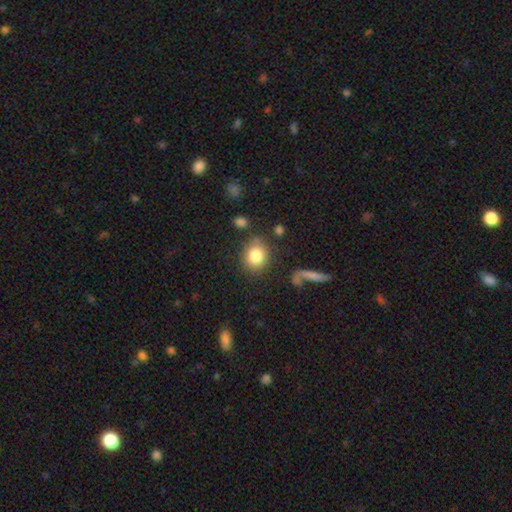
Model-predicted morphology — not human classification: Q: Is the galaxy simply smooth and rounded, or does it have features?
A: smooth — 83%.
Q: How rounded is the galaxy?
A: round — 70%.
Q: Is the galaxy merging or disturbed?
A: none — 78%.